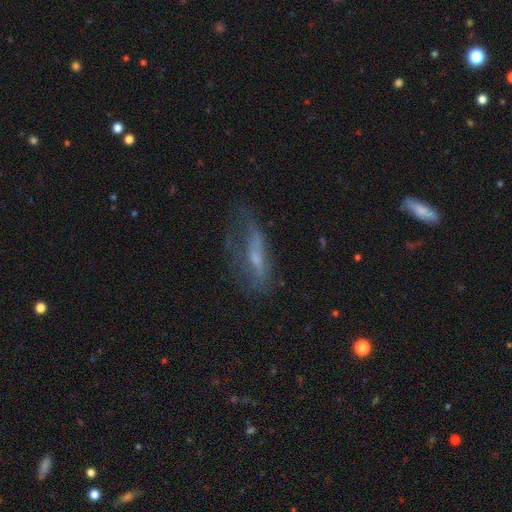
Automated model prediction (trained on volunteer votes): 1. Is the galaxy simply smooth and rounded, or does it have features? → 49% featured or disk, 38% smooth, 13% star or artifact.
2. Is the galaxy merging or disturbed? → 45% none, 27% major disturbance, 26% minor disturbance, 3% merger.